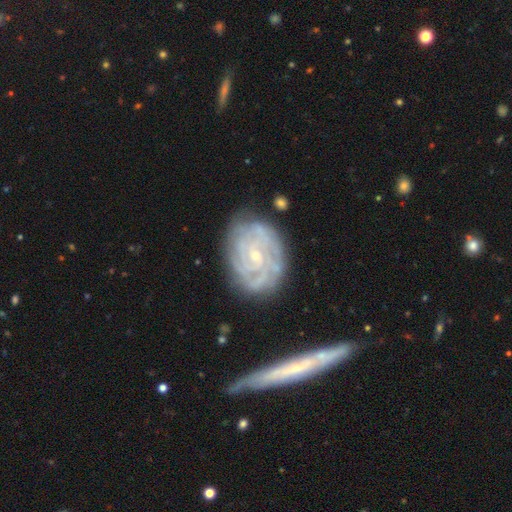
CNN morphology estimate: smooth_or_featured: featured or disk (p=0.82) [alt: smooth p=0.12]
disk_edge_on: no (p=0.95) [alt: yes p=0.05]
bar: no (p=0.67) [alt: weak p=0.26]
has_spiral_arms: yes (p=0.93) [alt: no p=0.07]
spiral_winding: tight (p=0.74) [alt: medium p=0.21]
spiral_arm_count: can't tell (p=0.38) [alt: 4 p=0.19]
bulge_size: small (p=0.75) [alt: moderate p=0.21]
merging: none (p=0.73) [alt: minor disturbance p=0.18]